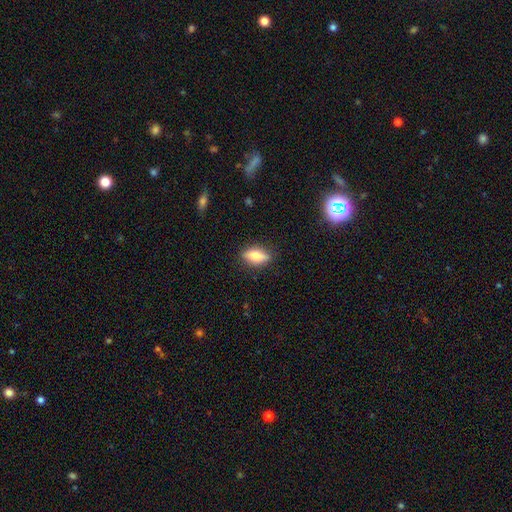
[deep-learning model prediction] A smooth galaxy with no disk features (68%) that is in between round and cigar-shaped (73%).

Vote fractions:
- Smooth or featured? smooth: 68% / featured or disk: 24% / star or artifact: 8%
- How rounded? in between: 73% / cigar-shaped: 22% / round: 5%
- Merging? none: 83% / minor disturbance: 13% / major disturbance: 3% / merger: 1%